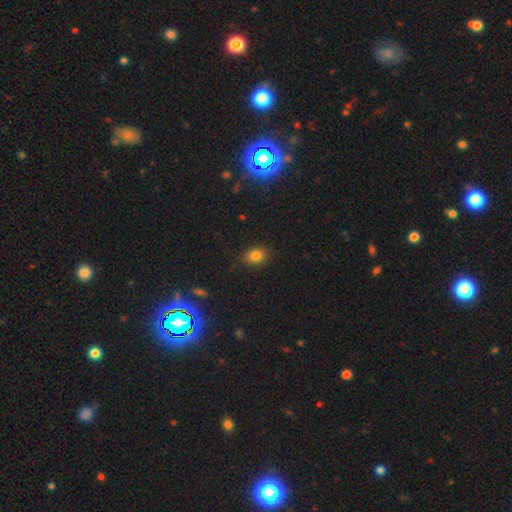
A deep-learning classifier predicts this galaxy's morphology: smooth_or_featured: smooth (p=0.80) [alt: star or artifact p=0.13]
how_rounded: in between (p=0.52) [alt: round p=0.46]
merging: none (p=0.85) [alt: minor disturbance p=0.11]